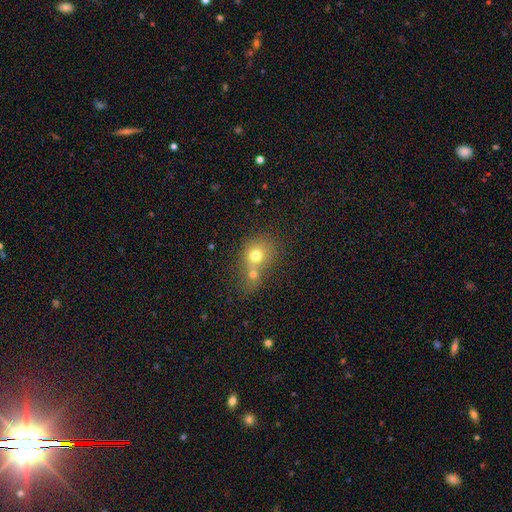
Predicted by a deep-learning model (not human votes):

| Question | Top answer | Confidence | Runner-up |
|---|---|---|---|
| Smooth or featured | smooth | 70% | featured or disk (17%) |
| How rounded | round | 74% | in between (25%) |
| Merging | merger | 62% | none (27%) |